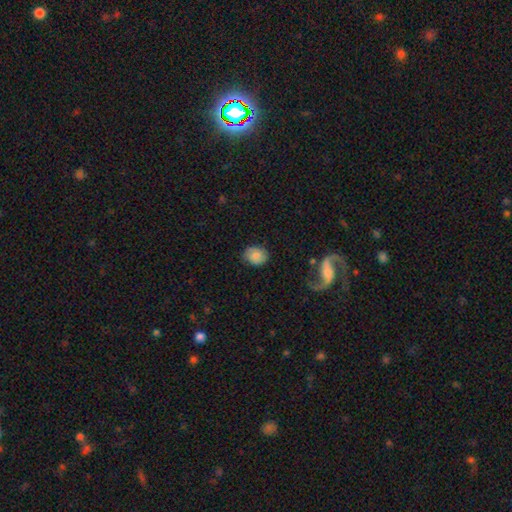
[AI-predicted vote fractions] smooth 71%, featured or disk 21%, star or artifact 8%. Down the decision tree: how rounded — round (53%); merging — none (76%).